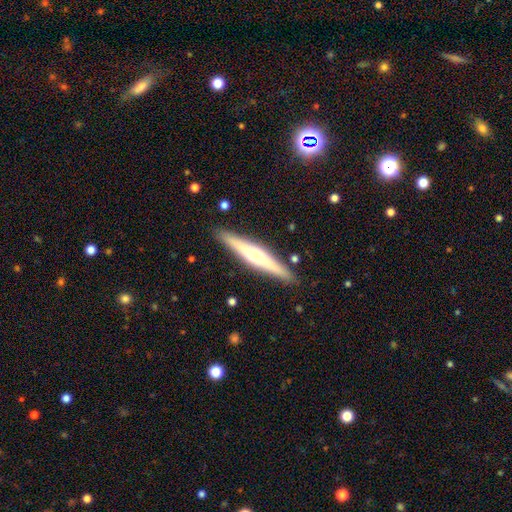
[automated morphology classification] Smooth or featured? featured or disk (60%)
Edge-on disk? yes (96%)
Edge-on bulge? rounded (80%)
Merging? none (90%)